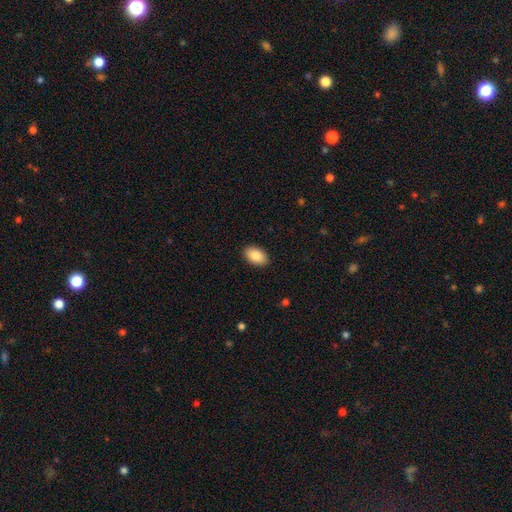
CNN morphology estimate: This is clearly a smooth galaxy (87%). How rounded: clearly in between (91%). Merging: clearly none (90%).